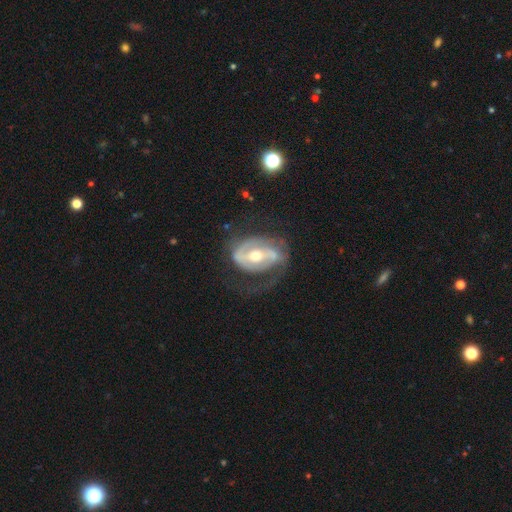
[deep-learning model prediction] Smooth or featured?
  - featured or disk: 83% *
  - smooth: 12%
  - star or artifact: 6%
Edge-on disk?
  - no: 96% *
  - yes: 4%
Bar?
  - strong: 44% *
  - weak: 36%
  - no: 21%
Spiral arms?
  - yes: 84% *
  - no: 16%
Spiral winding?
  - medium: 43% *
  - tight: 32%
  - loose: 25%
Spiral arm count?
  - 2: 67% *
  - 1: 15%
  - can't tell: 13%
  - 3: 3%
  - 4: 1%
  - more than 4: 1%
Bulge size?
  - moderate: 63% *
  - small: 32%
  - large: 4%
  - none: 1%
  - dominant: 1%
Merging?
  - none: 50% *
  - major disturbance: 26%
  - minor disturbance: 21%
  - merger: 2%